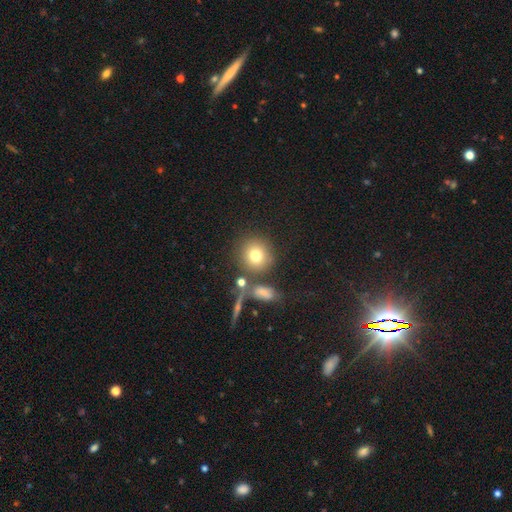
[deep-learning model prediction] smooth 75%, star or artifact 13%, featured or disk 12%. Down the decision tree: how rounded — round (87%); merging — none (71%).